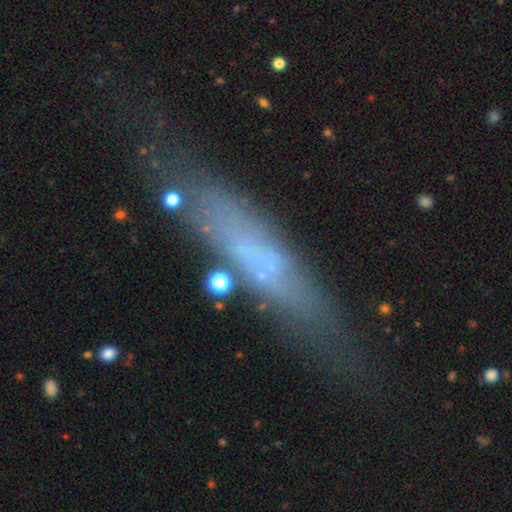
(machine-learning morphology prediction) Smooth or featured? Predicted: featured or disk (p=0.46). Merging? Predicted: none (p=0.67).